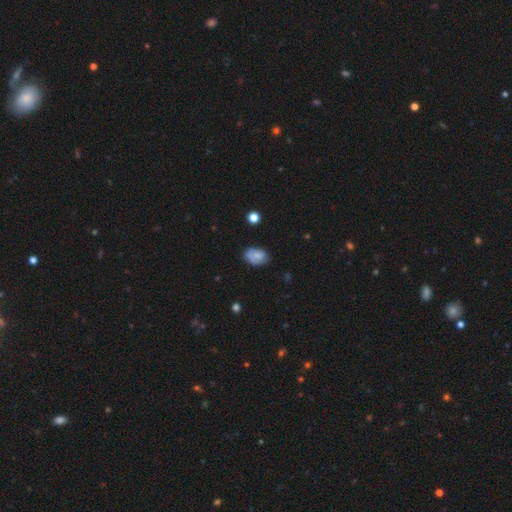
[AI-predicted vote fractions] This is likely a smooth galaxy (66%). How rounded: clearly in between (82%). Merging: likely none (63%).